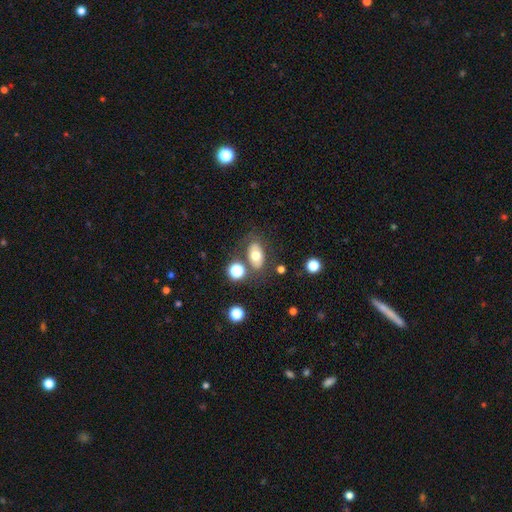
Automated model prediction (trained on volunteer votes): Smooth or featured?
  - smooth: 65% *
  - featured or disk: 24%
  - star or artifact: 10%
How rounded?
  - in between: 85% *
  - round: 13%
  - cigar-shaped: 2%
Merging?
  - none: 69% *
  - minor disturbance: 15%
  - merger: 9%
  - major disturbance: 7%